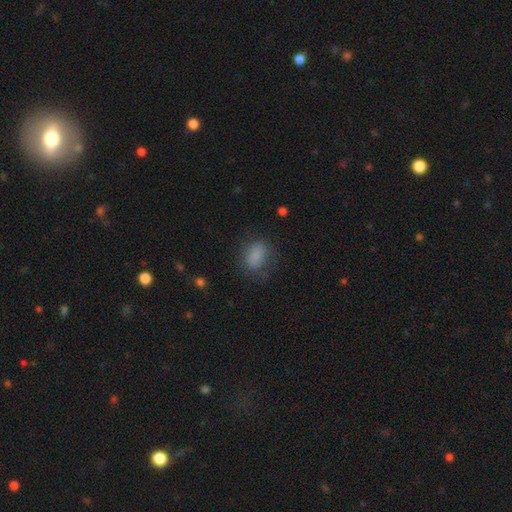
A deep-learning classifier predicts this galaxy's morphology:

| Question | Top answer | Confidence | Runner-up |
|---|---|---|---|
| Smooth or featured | smooth | 82% | star or artifact (10%) |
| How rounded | in between | 76% | round (22%) |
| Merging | none | 68% | minor disturbance (20%) |